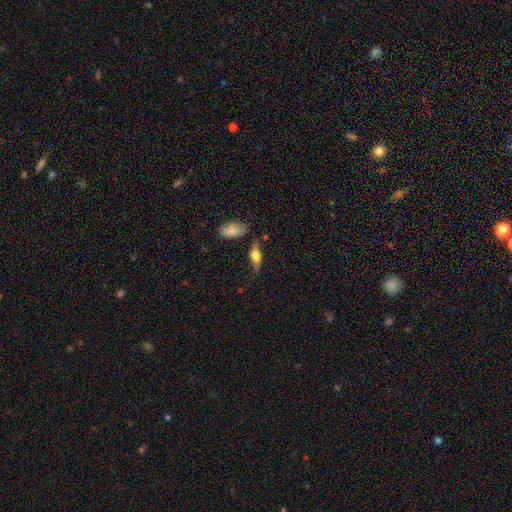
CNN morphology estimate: A featured or disk galaxy (46%, tied with smooth).

Vote fractions:
- Smooth or featured? featured or disk: 46% (tied) / smooth: 46% (tied) / star or artifact: 8%
- Merging? none: 61% / minor disturbance: 24% / major disturbance: 10% / merger: 5%